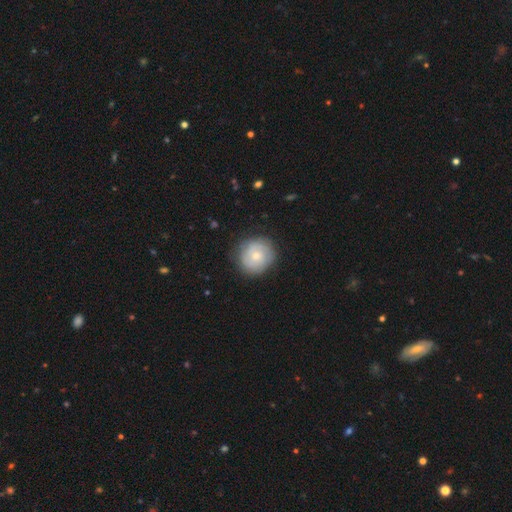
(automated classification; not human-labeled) A smooth galaxy with no disk features (48%). Merging: none (81%).